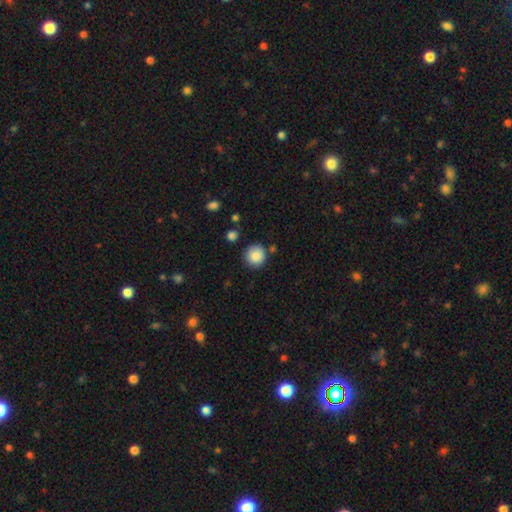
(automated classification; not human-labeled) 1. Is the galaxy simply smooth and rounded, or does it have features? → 87% smooth, 8% star or artifact, 4% featured or disk.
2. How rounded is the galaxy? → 94% round, 5% in between, 1% cigar-shaped.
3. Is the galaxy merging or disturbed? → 84% none, 9% minor disturbance, 4% merger, 3% major disturbance.